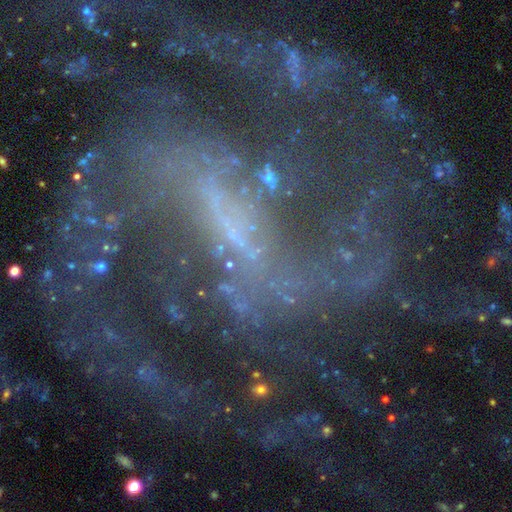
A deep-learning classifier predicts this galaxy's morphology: smooth_or_featured: featured or disk (p=0.67) [alt: star or artifact p=0.23]
disk_edge_on: no (p=0.93) [alt: yes p=0.07]
bar: strong (p=0.43) [alt: weak p=0.29]
has_spiral_arms: yes (p=0.71) [alt: no p=0.29]
bulge_size: none (p=0.45) [alt: small p=0.37]
merging: none (p=0.46) [alt: major disturbance p=0.30]